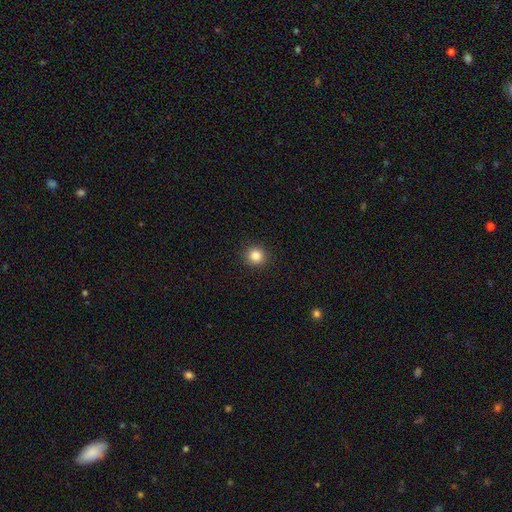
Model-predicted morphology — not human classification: Smooth or featured?
  - smooth: 84% *
  - star or artifact: 11%
  - featured or disk: 4%
How rounded?
  - round: 91% *
  - in between: 8%
  - cigar-shaped: 1%
Merging?
  - none: 92% *
  - minor disturbance: 5%
  - major disturbance: 2%
  - merger: 1%